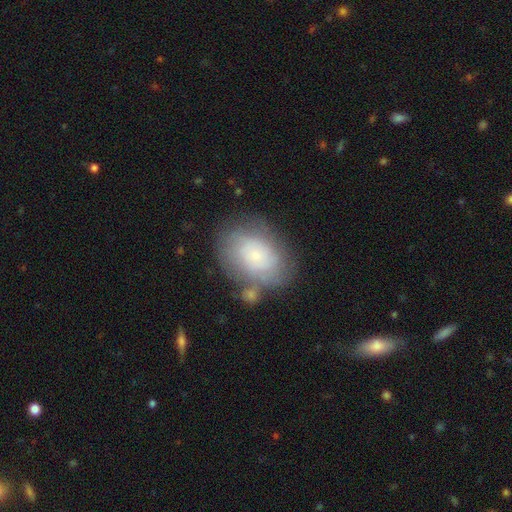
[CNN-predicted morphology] The model was most divided on "smooth or featured": smooth: 51%, featured or disk: 40%, star or artifact: 9%. More confident: how rounded — in between (74%); merging — none (61%).